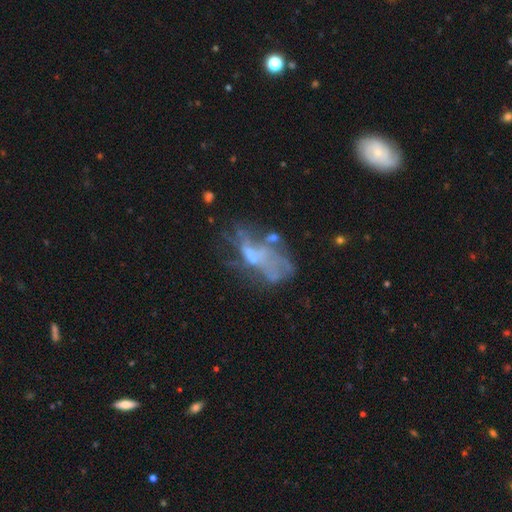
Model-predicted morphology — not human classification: Q: Smooth or featured?
A: featured or disk (62%); runner-up: smooth (21%)
Q: Edge-on disk?
A: no (96%); runner-up: yes (4%)
Q: Bar?
A: no (84%); runner-up: weak (13%)
Q: Spiral arms?
A: no (82%); runner-up: yes (18%)
Q: Bulge size?
A: none (55%); runner-up: small (29%)
Q: Merging?
A: major disturbance (36%); runner-up: none (31%)